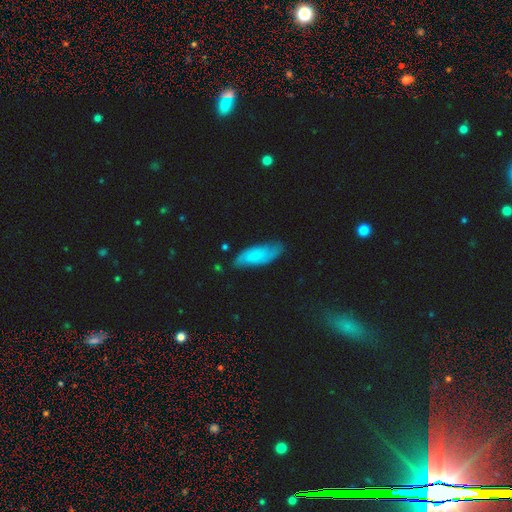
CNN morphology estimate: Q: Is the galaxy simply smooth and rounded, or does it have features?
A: smooth — 55%.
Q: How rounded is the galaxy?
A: in between — 74%.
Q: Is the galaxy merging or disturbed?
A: none — 69%.